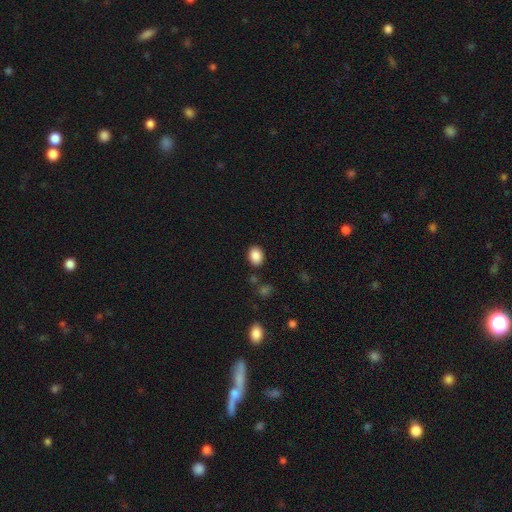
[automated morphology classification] Smooth or featured: smooth — 88% (star or artifact — 9%)
How rounded: in between — 64% (round — 35%)
Merging: none — 85% (minor disturbance — 9%)